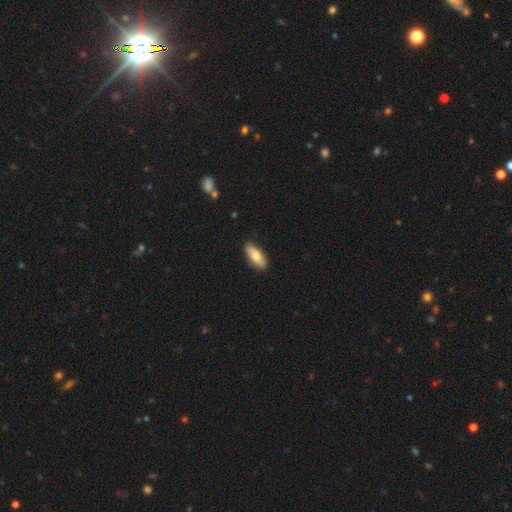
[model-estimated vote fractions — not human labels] Smooth or featured: smooth — 71% (featured or disk — 23%)
How rounded: in between — 76% (cigar-shaped — 21%)
Merging: none — 87% (minor disturbance — 10%)